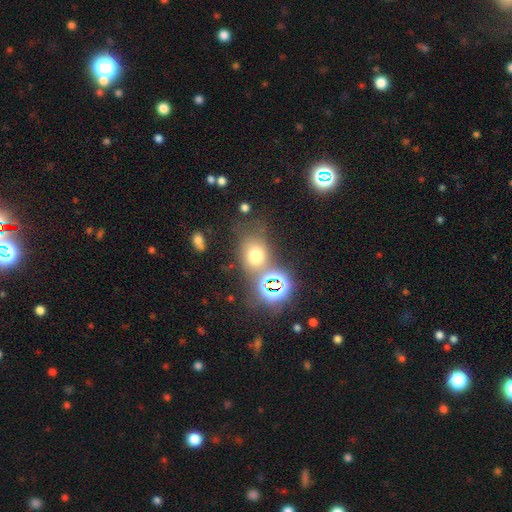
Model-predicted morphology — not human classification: This appears to be a smooth galaxy with no disk features (62%) that is round (52%). Merging: none (56%).